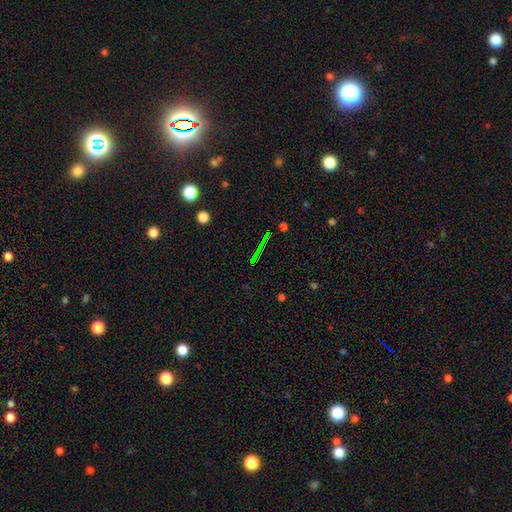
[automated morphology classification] The model was most divided on "smooth or featured": star or artifact: 65%, featured or disk: 18%, smooth: 18%.